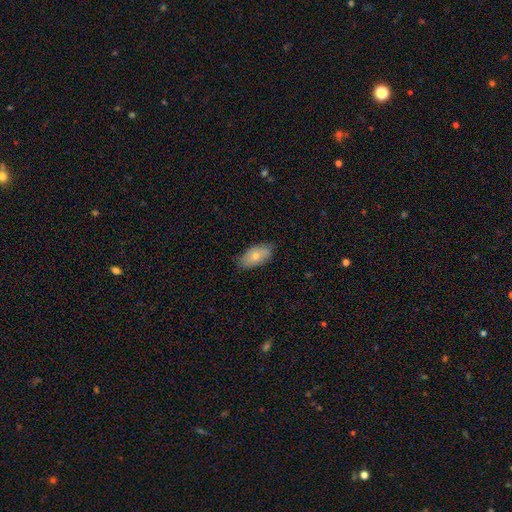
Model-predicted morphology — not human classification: Smooth or featured? smooth (71%)
How rounded? in between (92%)
Merging? none (79%)